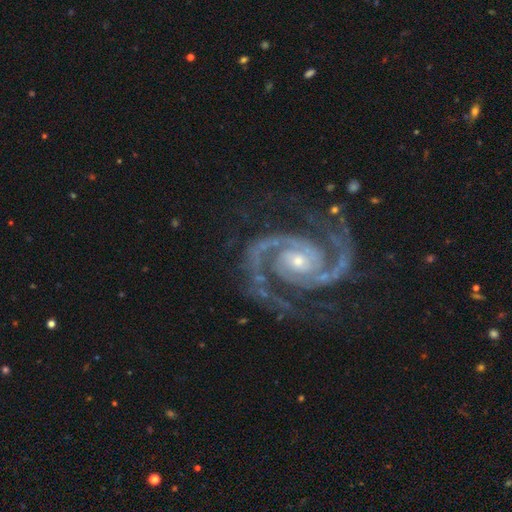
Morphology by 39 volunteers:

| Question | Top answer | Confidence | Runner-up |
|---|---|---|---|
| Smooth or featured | featured or disk | 95% | star or artifact (5%) |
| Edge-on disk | no | 95% | yes (5%) |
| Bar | no | 57% | strong (26%) |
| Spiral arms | yes | 100% | — |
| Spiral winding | tight | 54% | medium (43%) |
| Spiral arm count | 2 | 97% | more than 4 (3%) |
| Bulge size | small | 63% | moderate (29%) |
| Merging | none | 78% | minor disturbance (19%) |